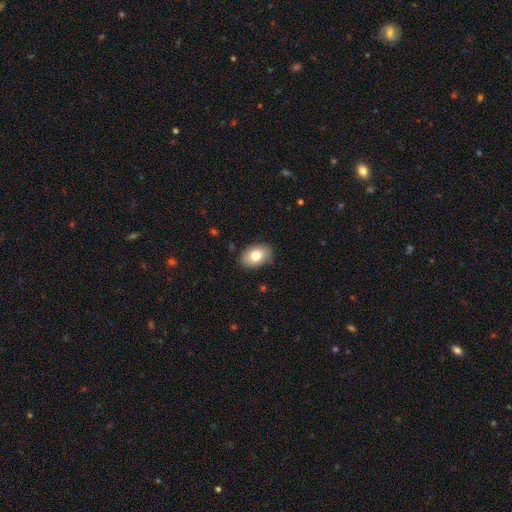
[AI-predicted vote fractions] A smooth galaxy with no disk features (79%) that is in between round and cigar-shaped (82%). Merging: none (85%).